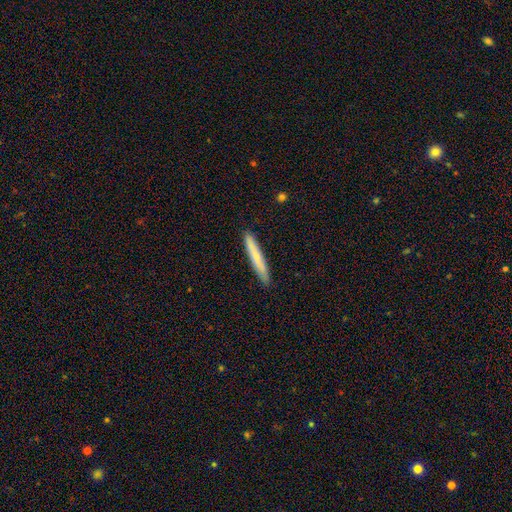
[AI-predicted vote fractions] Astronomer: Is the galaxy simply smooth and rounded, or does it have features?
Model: smooth — 74%.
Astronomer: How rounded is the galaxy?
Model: cigar-shaped — 95%.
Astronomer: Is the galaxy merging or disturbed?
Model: none — 90%.